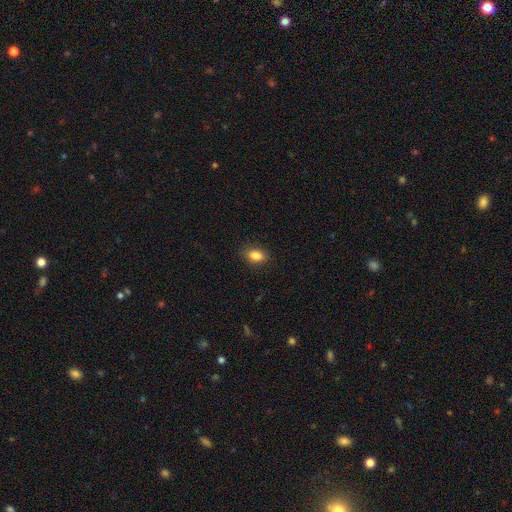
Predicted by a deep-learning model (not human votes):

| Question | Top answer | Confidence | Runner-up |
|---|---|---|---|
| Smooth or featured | smooth | 86% | star or artifact (9%) |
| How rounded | in between | 80% | round (18%) |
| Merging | none | 87% | minor disturbance (10%) |